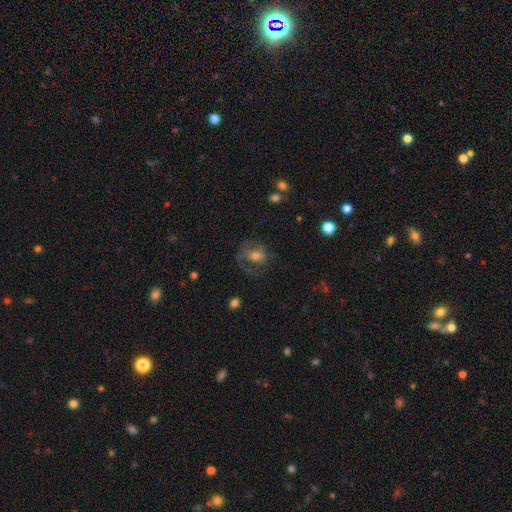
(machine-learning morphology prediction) Smooth or featured? featured or disk (48%)
Merging? none (47%)